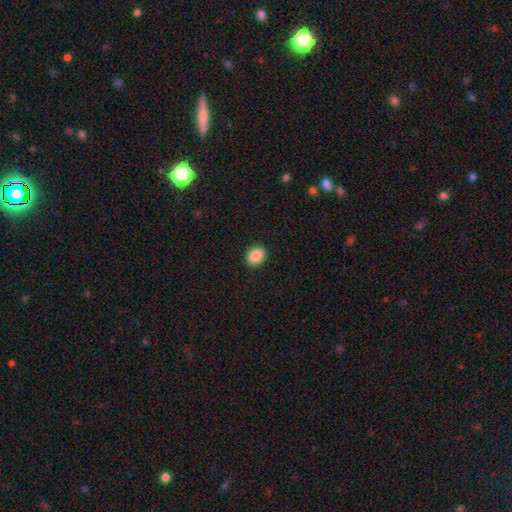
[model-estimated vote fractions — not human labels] Smooth or featured? Predicted: smooth (p=0.88). How rounded? Predicted: in between (p=0.55). Merging? Predicted: none (p=0.91).